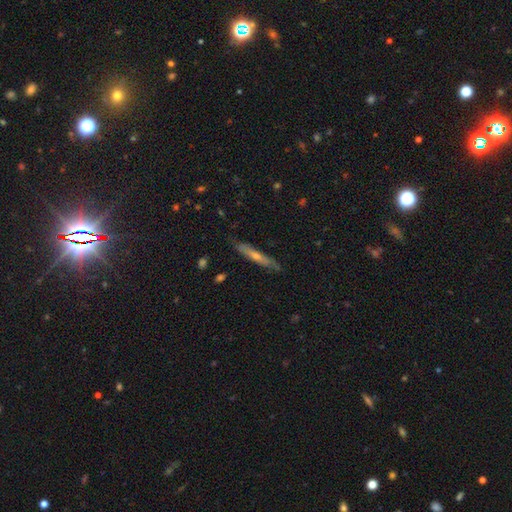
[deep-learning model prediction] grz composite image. It shows a featured or disk galaxy (57%) viewed edge-on (86%). Merging: none (83%).